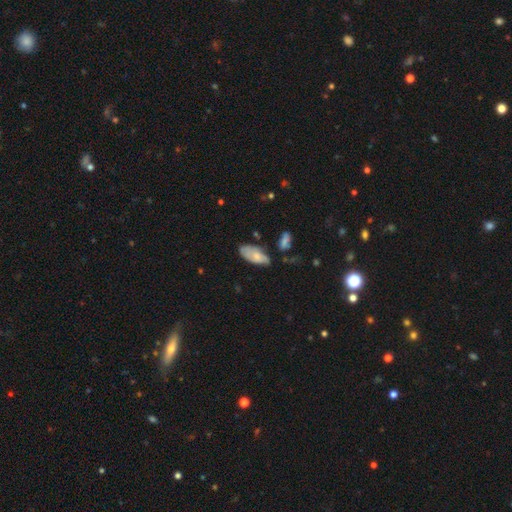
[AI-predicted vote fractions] The model was most divided on "merging": none: 46%, minor disturbance: 34%, major disturbance: 12%, merger: 8%. More confident: how rounded — in between (90%); smooth or featured — smooth (65%).